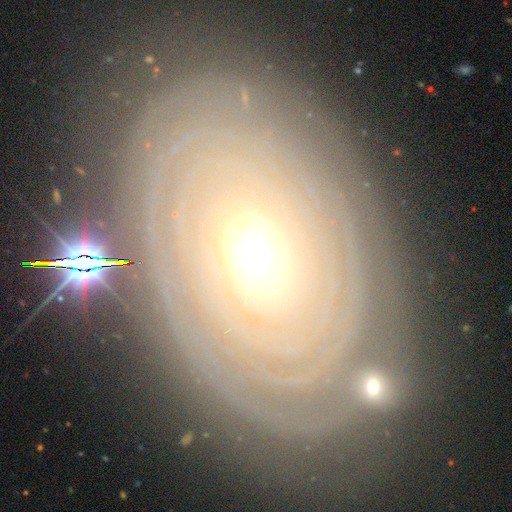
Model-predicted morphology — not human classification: This is likely a featured or disk galaxy (74%). It is clearly not viewed edge-on (94%). Bar: likely no (74%). Spiral arm pattern: clearly yes (81%). Spiral arm count: possibly can't tell (52%). Spiral winding: clearly tight (88%). Central bulge: possibly moderate (55%). Merging: clearly none (81%).